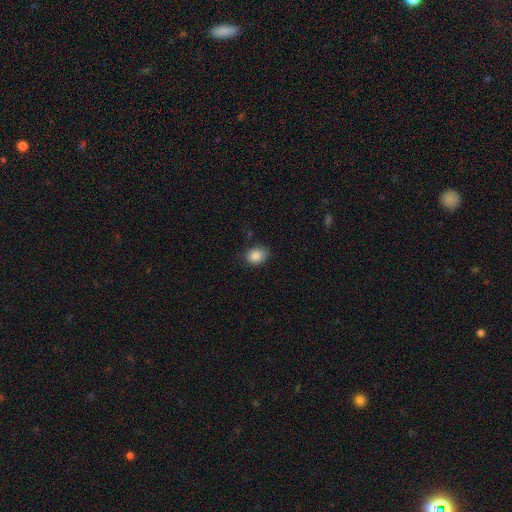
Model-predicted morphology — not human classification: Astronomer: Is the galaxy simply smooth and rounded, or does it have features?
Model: smooth — 88%.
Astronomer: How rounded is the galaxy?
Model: in between — 56% (runner-up: round, 43%).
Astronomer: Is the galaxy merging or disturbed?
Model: none — 78%.